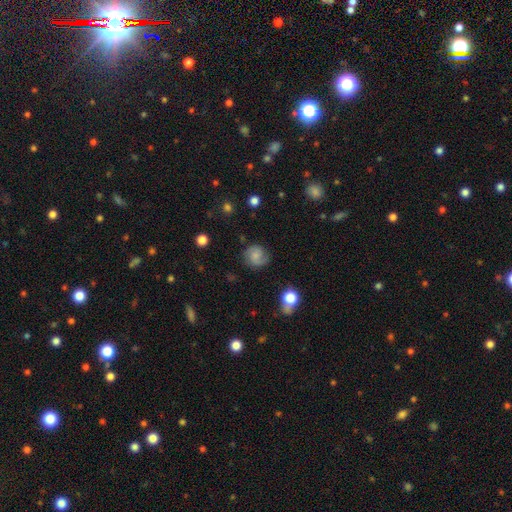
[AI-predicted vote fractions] A featured or disk galaxy (46%). Merging: none (73%).